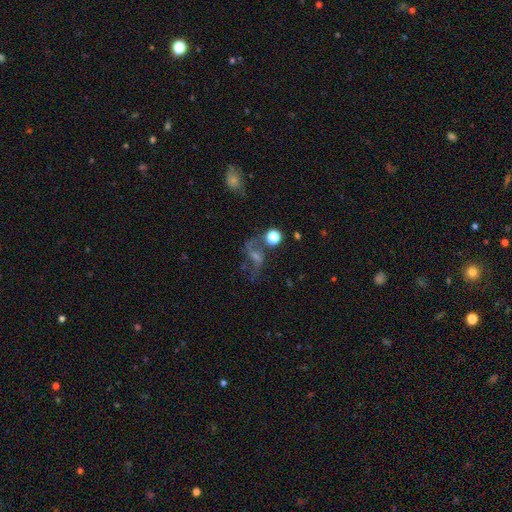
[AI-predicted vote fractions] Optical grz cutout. It shows a featured or disk galaxy (64%) with no bar (44%), 2 (87%) loose (74%) spiral arms (86%) and a small central bulge (43%). Merging: none (57%).